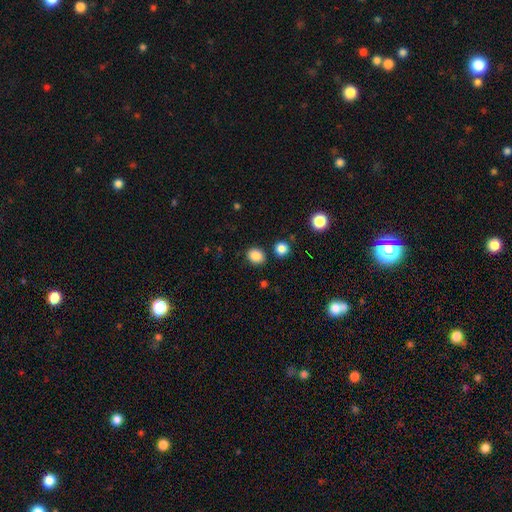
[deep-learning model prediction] smooth_or_featured: smooth (p=0.86) [alt: star or artifact p=0.10]
how_rounded: round (p=0.67) [alt: in between p=0.32]
merging: none (p=0.84) [alt: minor disturbance p=0.09]